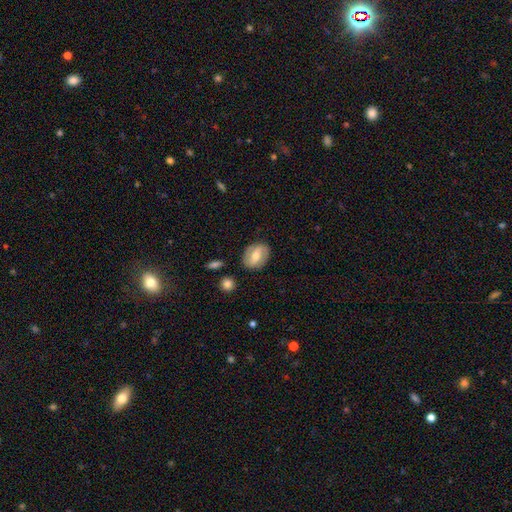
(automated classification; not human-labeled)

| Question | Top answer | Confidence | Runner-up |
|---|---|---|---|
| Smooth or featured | featured or disk | 48% | smooth (45%) |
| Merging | none | 83% | minor disturbance (12%) |